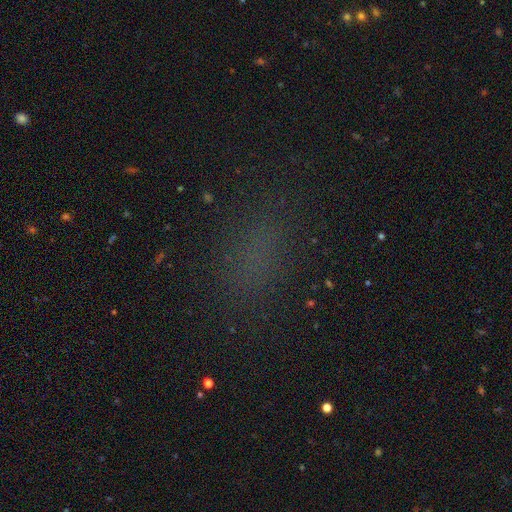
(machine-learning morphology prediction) This is possibly a smooth galaxy (60%). How rounded: likely in between (75%). Merging: clearly none (82%).